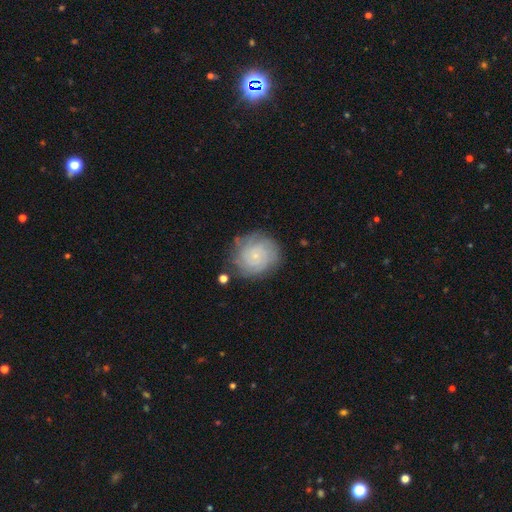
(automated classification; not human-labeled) This appears to be a featured or disk galaxy (65%) with no bar (83%), tight (76%) spiral arms (90%) and a small central bulge (84%). Merging: none (76%).